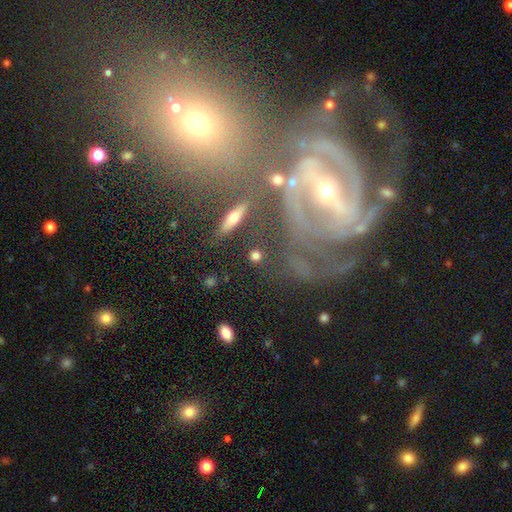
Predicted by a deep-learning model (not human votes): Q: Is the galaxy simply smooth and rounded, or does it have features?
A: smooth — 68%.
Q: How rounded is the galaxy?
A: round — 78%.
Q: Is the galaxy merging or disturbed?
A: none — 83%.